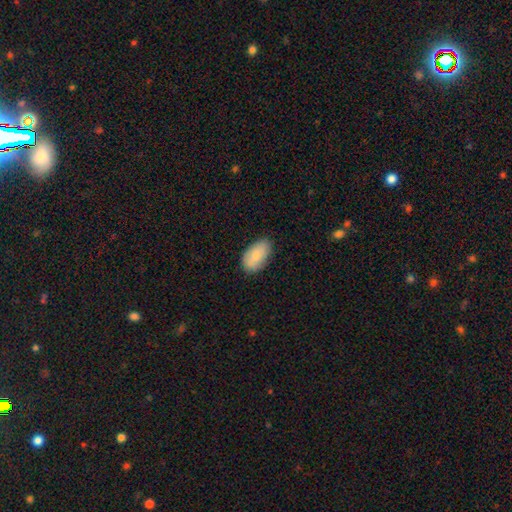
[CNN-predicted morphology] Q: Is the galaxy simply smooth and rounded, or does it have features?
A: smooth — 83%.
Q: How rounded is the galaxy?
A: in between — 94%.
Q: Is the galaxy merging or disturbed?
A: none — 78%.